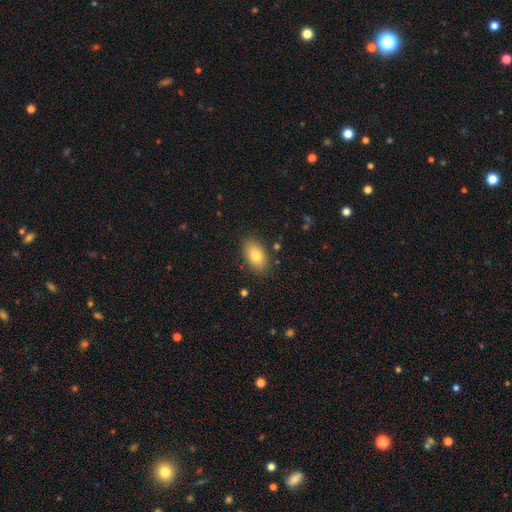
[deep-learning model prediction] Morphology: type=smooth (80%); roundness=in between (91%); merging=none (84%).